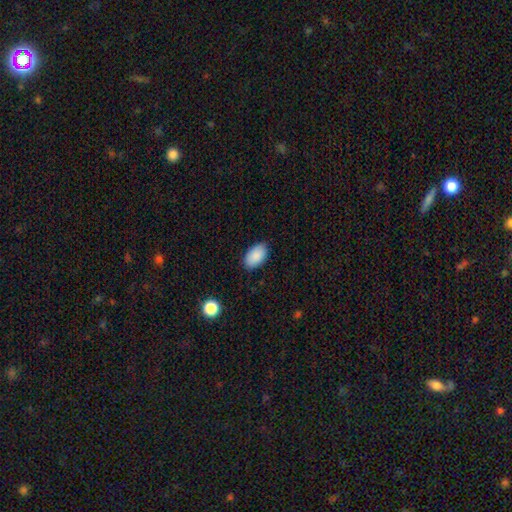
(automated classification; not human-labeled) Smooth or featured: smooth — 89% (star or artifact — 7%)
How rounded: in between — 94% (round — 5%)
Merging: none — 85% (minor disturbance — 12%)